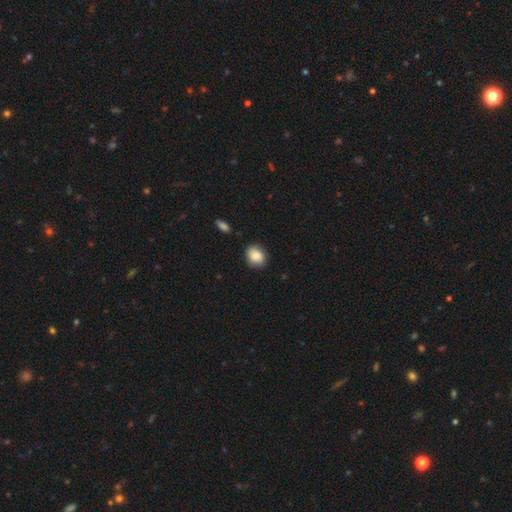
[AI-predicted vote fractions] A smooth galaxy with no disk features (86%) that is in between round and cigar-shaped (50%). Merging: none (84%).